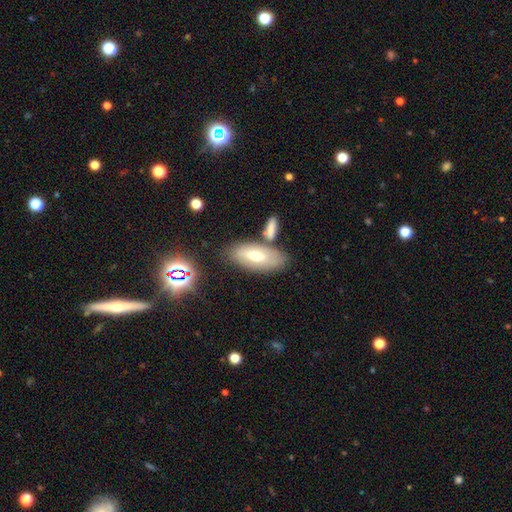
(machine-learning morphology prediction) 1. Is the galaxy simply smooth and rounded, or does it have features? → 58% smooth, 33% featured or disk, 9% star or artifact.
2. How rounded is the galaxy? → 86% in between, 11% cigar-shaped, 3% round.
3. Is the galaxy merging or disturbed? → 69% none, 14% merger, 14% minor disturbance, 4% major disturbance.